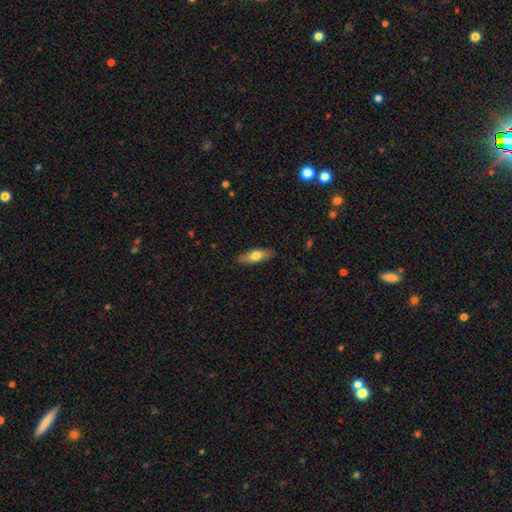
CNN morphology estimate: smooth_or_featured: smooth (p=0.65) [alt: featured or disk p=0.28]
how_rounded: in between (p=0.54) [alt: cigar-shaped p=0.44]
merging: none (p=0.87) [alt: minor disturbance p=0.10]